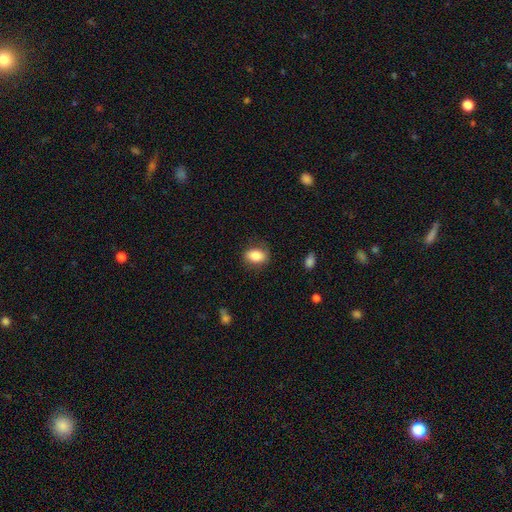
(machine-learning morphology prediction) Q: Smooth or featured?
A: smooth (83%); runner-up: featured or disk (10%)
Q: How rounded?
A: in between (81%); runner-up: round (17%)
Q: Merging?
A: none (79%); runner-up: minor disturbance (15%)